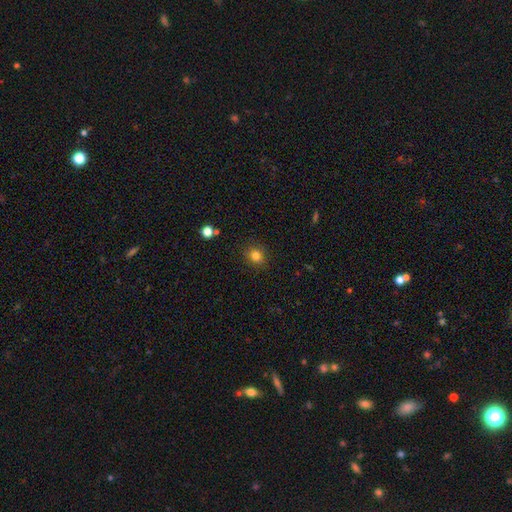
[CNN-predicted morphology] Smooth or featured: smooth — 81% (star or artifact — 13%)
How rounded: round — 84% (in between — 15%)
Merging: none — 89% (minor disturbance — 7%)